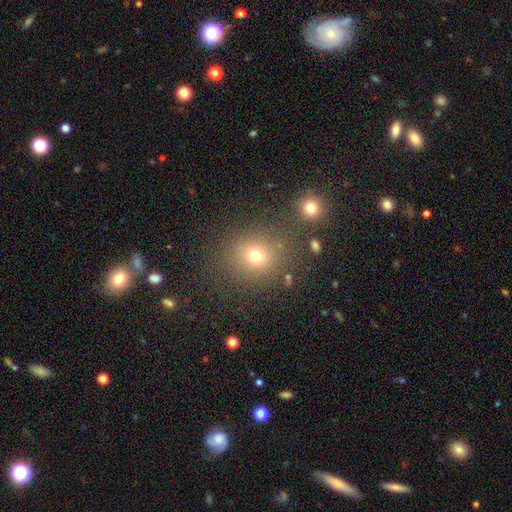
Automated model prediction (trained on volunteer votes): This appears to be a smooth galaxy with no disk features (71%) that is round (77%). Merging: none (77%).